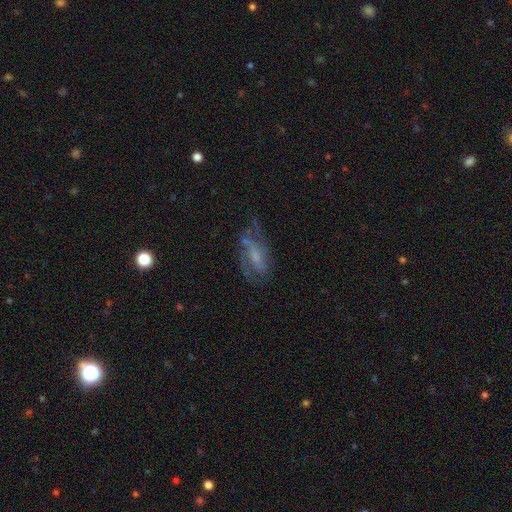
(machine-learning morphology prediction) Smooth or featured? featured or disk (65%)
Edge-on disk? no (90%)
Bar? weak (41%)
Spiral arms? yes (77%)
Bulge size? small (39%)
Merging? none (48%)